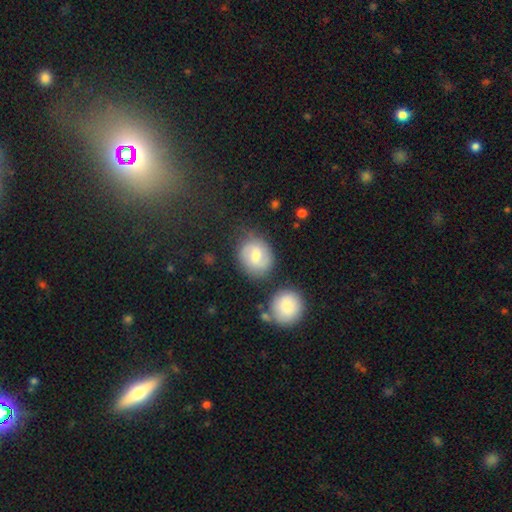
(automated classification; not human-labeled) This appears to be a featured or disk galaxy (51%). Merging: none (71%).